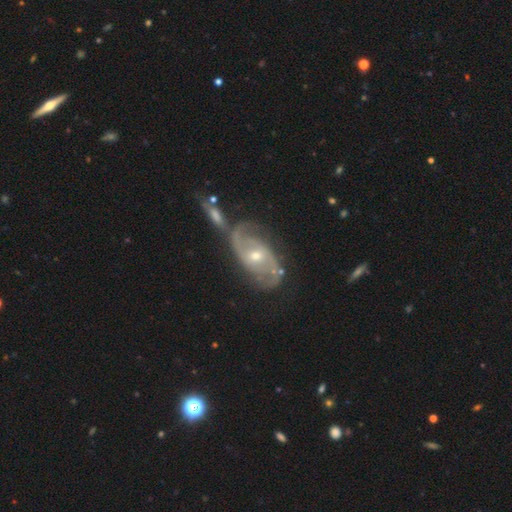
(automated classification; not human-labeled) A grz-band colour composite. It shows a featured or disk galaxy (85%) with no bar (51%), 2 (59%) tight (43%) spiral arms (94%) and a moderate central bulge (51%). Merging: none (46%).